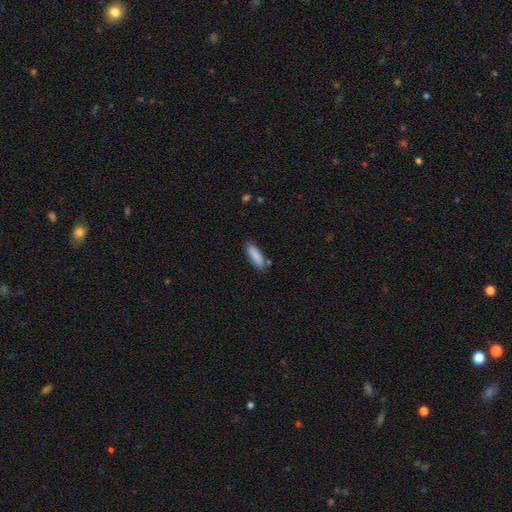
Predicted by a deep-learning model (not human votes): Morphology: type=smooth (87%); roundness=cigar-shaped (52%); merging=none (79%).